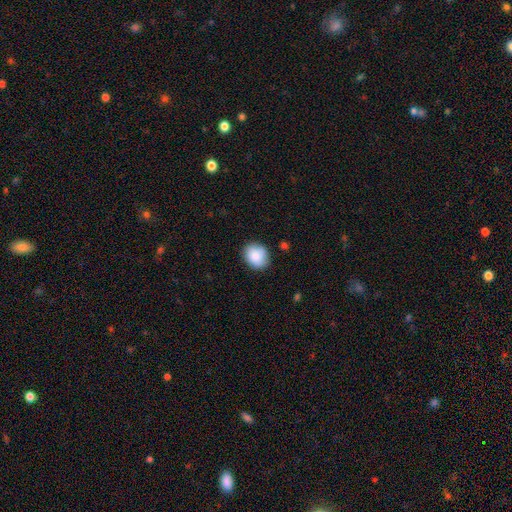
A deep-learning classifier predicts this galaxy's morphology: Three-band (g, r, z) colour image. It shows a smooth galaxy with no disk features (87%) that is round (60%). Merging: none (83%).